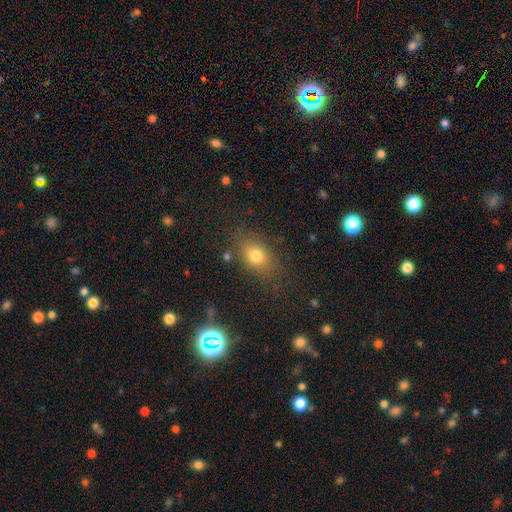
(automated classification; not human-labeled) Smooth or featured?
  - smooth: 75% *
  - star or artifact: 14%
  - featured or disk: 11%
How rounded?
  - in between: 71% *
  - round: 26%
  - cigar-shaped: 3%
Merging?
  - none: 79% *
  - minor disturbance: 13%
  - major disturbance: 5%
  - merger: 3%